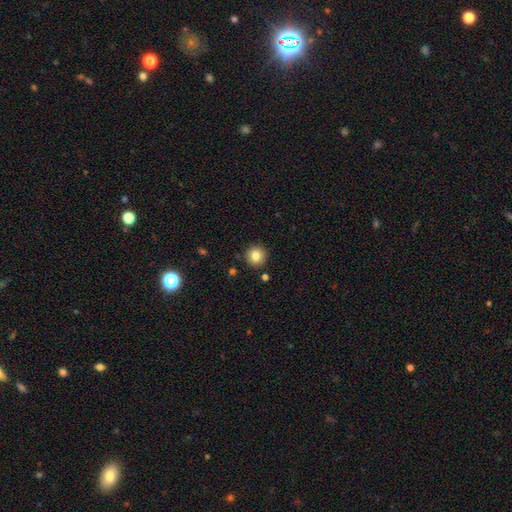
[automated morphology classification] smooth-or-featured: smooth: 82% | star or artifact: 10% | featured or disk: 7%
  how-rounded: round: 95% | in between: 4% | cigar-shaped: 1%
  merging: none: 90% | minor disturbance: 6% | merger: 2% | major disturbance: 2%